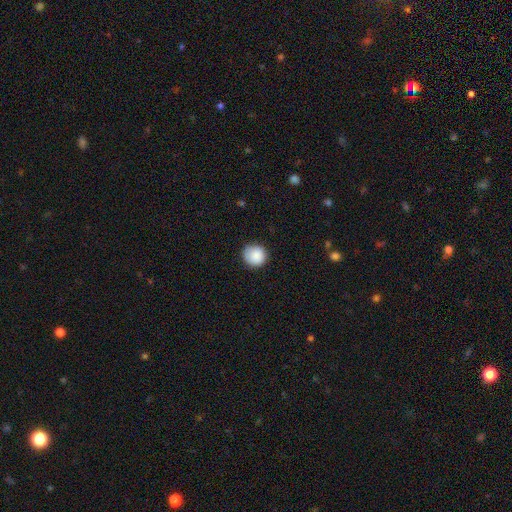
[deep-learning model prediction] A smooth galaxy with no disk features (88%) that is round (92%).

Vote fractions:
- Smooth or featured? smooth: 88% / star or artifact: 8% / featured or disk: 5%
- How rounded? round: 92% / in between: 7% / cigar-shaped: 1%
- Merging? none: 81% / minor disturbance: 15% / major disturbance: 3% / merger: 1%